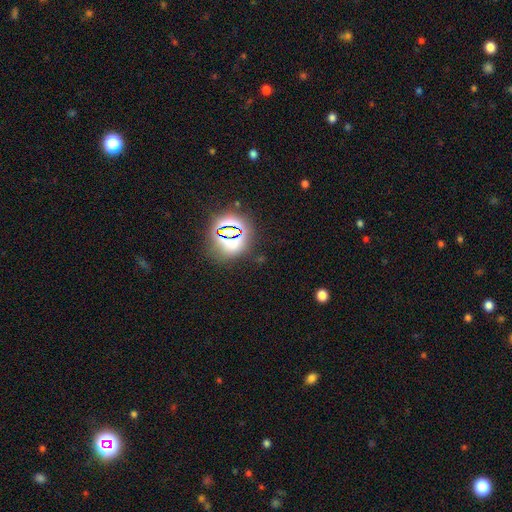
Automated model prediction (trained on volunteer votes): Overall: star or artifact (76%).